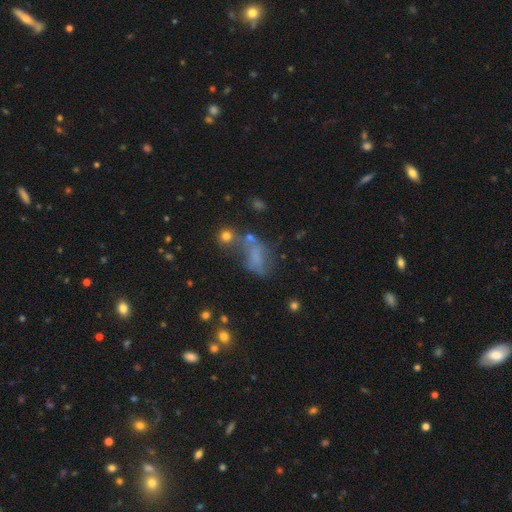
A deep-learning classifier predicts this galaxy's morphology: Q: Smooth or featured?
A: smooth (46%); runner-up: featured or disk (33%)
Q: Merging?
A: none (33%); runner-up: major disturbance (30%)